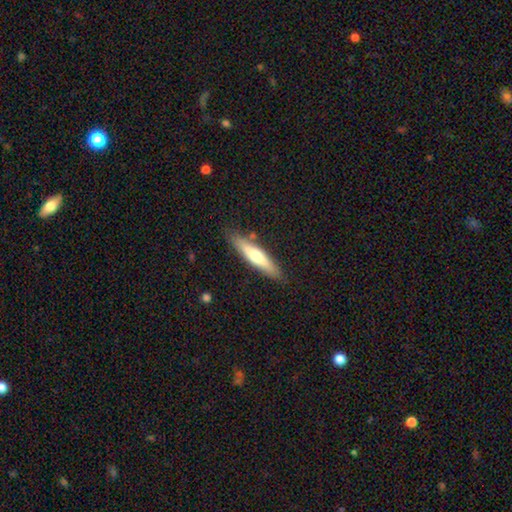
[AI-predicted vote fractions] Smooth or featured?
  - smooth: 55% *
  - featured or disk: 39%
  - star or artifact: 6%
How rounded?
  - cigar-shaped: 77% *
  - in between: 22%
  - round: 1%
Merging?
  - none: 83% *
  - minor disturbance: 12%
  - merger: 3%
  - major disturbance: 3%